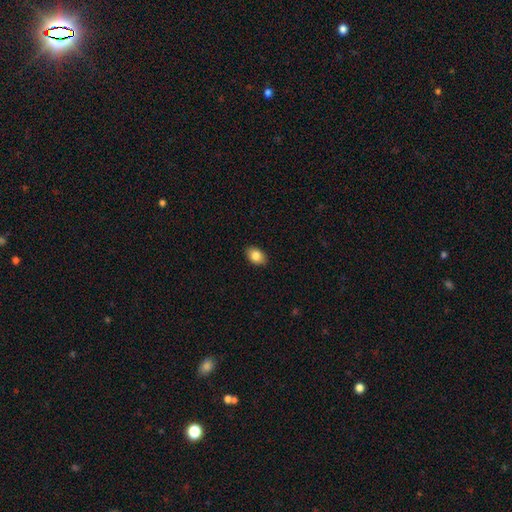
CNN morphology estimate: Smooth or featured? Predicted: smooth (p=0.85). How rounded? Predicted: in between (p=0.85). Merging? Predicted: none (p=0.89).